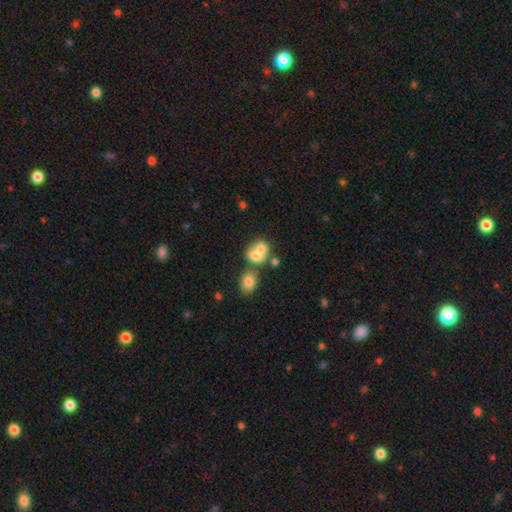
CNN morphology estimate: Smooth or featured? Predicted: smooth (p=0.69). How rounded? Predicted: round (p=0.56). Merging? Predicted: merger (p=0.64).